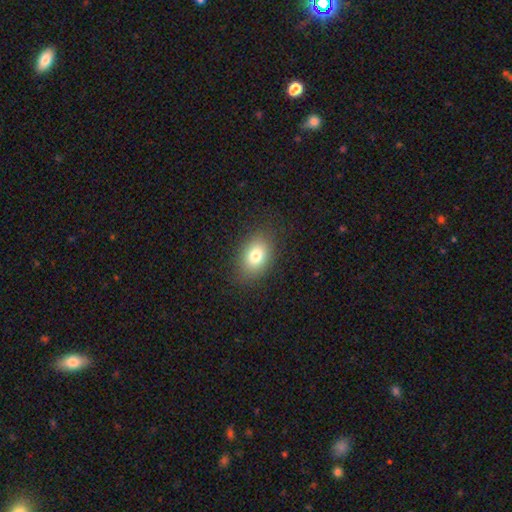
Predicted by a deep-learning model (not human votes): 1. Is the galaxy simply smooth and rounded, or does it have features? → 78% smooth, 11% featured or disk, 10% star or artifact.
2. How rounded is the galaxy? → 80% in between, 19% round, 1% cigar-shaped.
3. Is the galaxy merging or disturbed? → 84% none, 11% minor disturbance, 4% major disturbance, 1% merger.